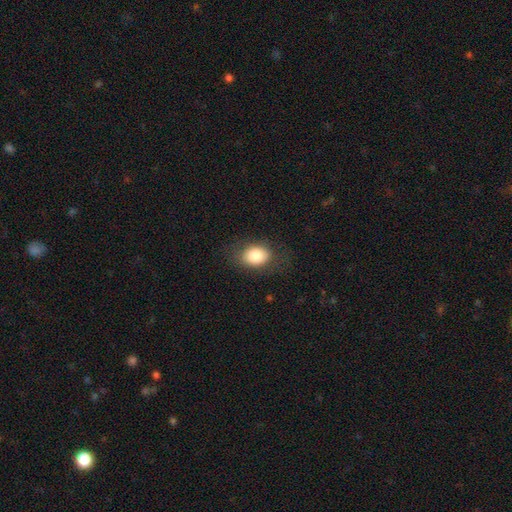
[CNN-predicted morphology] Smooth or featured?
  - smooth: 81% *
  - featured or disk: 11%
  - star or artifact: 8%
How rounded?
  - in between: 72% *
  - round: 27%
  - cigar-shaped: 1%
Merging?
  - none: 78% *
  - minor disturbance: 15%
  - major disturbance: 7%
  - merger: 1%